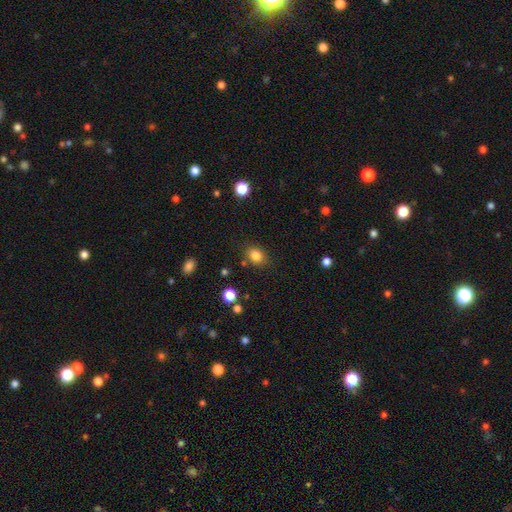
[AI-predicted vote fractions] This is clearly a smooth galaxy (83%). How rounded: possibly in between (53%). Merging: clearly none (81%).